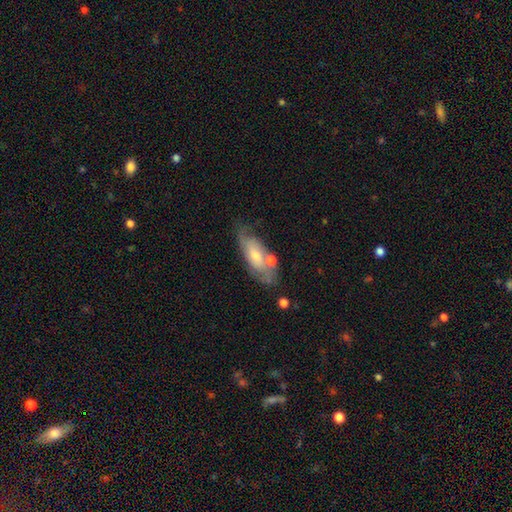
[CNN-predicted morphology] Overall: featured or disk (57%; smooth 36%). Edge-on disk: no (82%). Merging: none (55%; minor disturbance 22%).